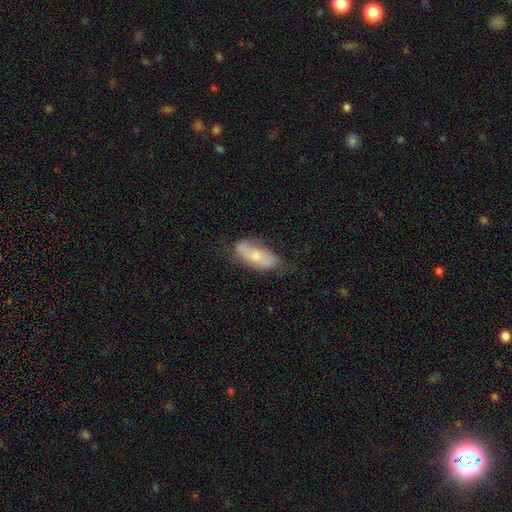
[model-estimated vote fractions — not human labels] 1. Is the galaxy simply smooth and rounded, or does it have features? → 55% smooth, 38% featured or disk, 7% star or artifact.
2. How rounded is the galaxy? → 85% in between, 13% cigar-shaped, 3% round.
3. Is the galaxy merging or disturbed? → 63% none, 27% minor disturbance, 8% major disturbance, 2% merger.